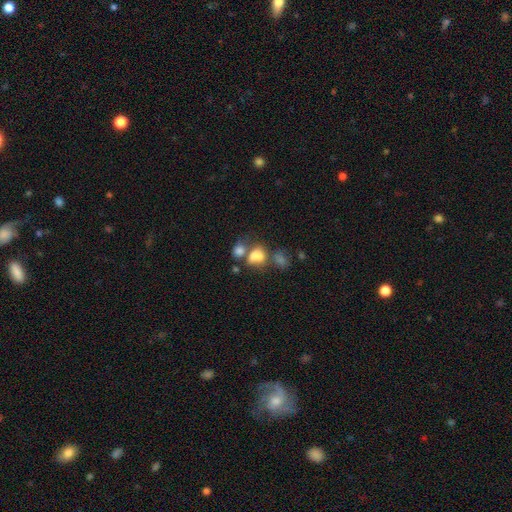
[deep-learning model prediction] Smooth or featured: smooth — 70% (featured or disk — 18%)
How rounded: in between — 62% (round — 36%)
Merging: merger — 55% (none — 25%)